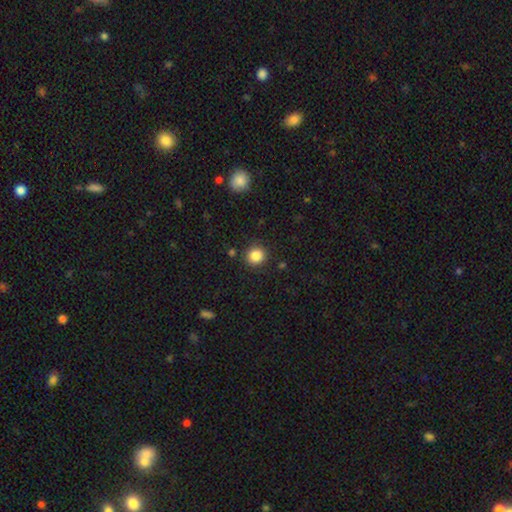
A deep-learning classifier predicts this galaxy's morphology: smooth_or_featured: smooth (p=0.85) [alt: star or artifact p=0.11]
how_rounded: round (p=0.92) [alt: in between p=0.07]
merging: none (p=0.90) [alt: minor disturbance p=0.06]